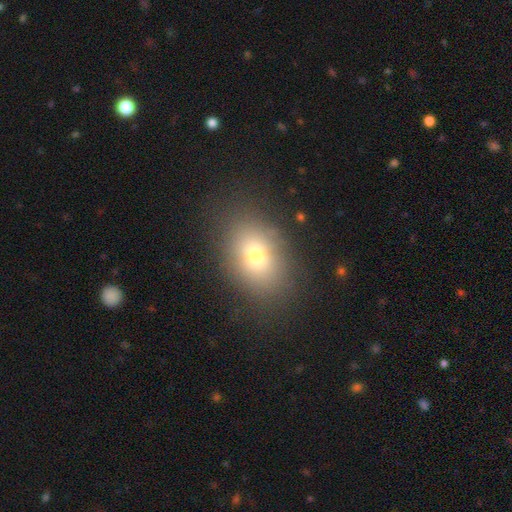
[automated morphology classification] smooth 73%, star or artifact 14%, featured or disk 13%. Down the decision tree: how rounded — in between (74%); merging — none (78%).